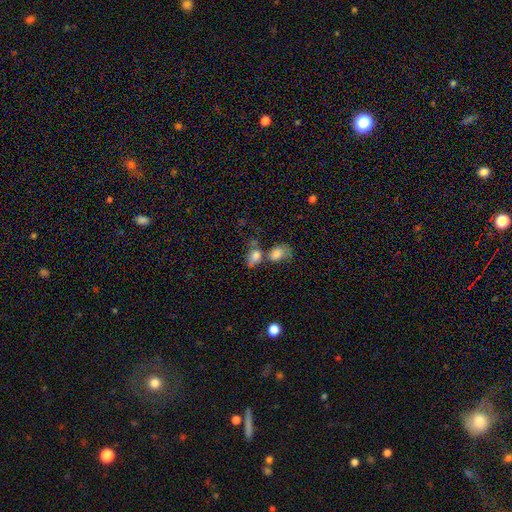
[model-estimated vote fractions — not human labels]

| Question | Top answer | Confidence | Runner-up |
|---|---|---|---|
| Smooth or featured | smooth | 77% | featured or disk (13%) |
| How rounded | in between | 75% | round (22%) |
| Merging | merger | 51% | none (26%) |